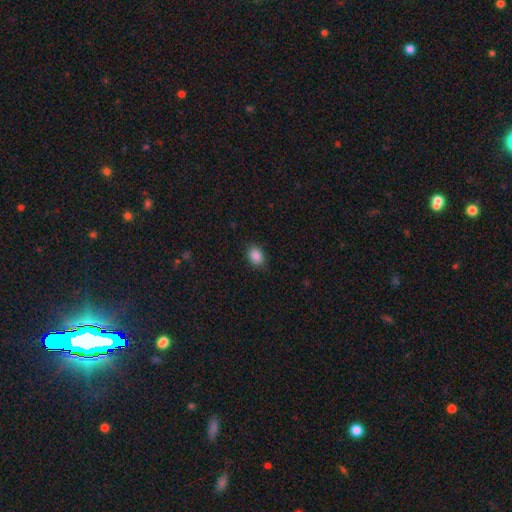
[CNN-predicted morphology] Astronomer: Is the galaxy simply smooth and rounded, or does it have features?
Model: smooth — 87%.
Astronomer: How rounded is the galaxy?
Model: in between — 66%.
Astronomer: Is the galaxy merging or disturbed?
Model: none — 86%.